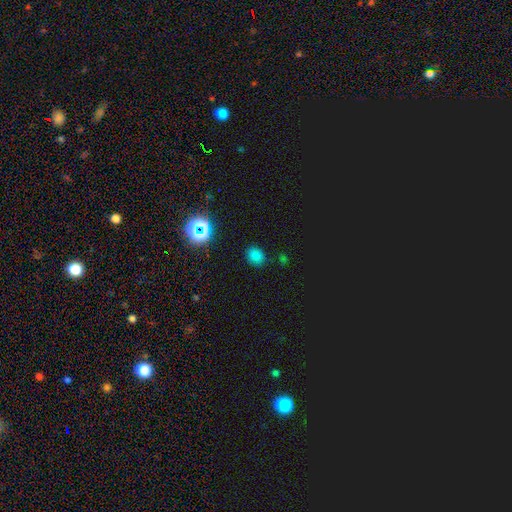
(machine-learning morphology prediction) This appears to be a smooth galaxy with no disk features (72%) that is round (55%). Merging: none (84%).